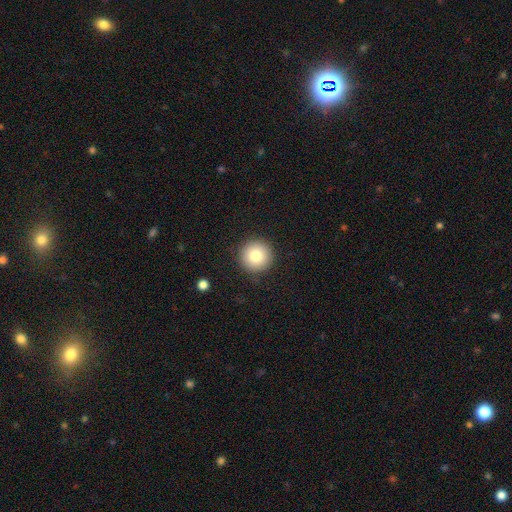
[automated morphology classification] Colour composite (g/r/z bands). It shows a smooth galaxy with no disk features (81%) that is round (96%). Merging: none (91%).